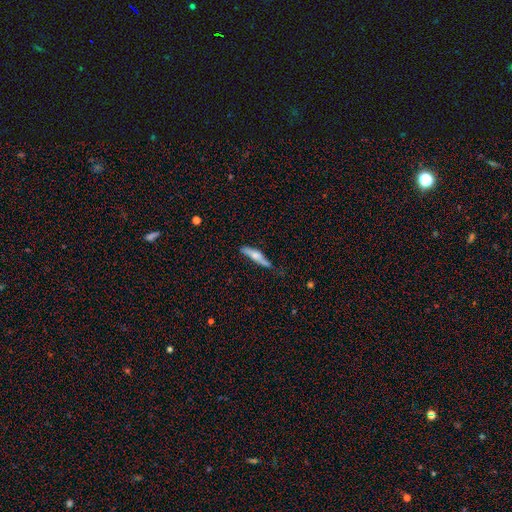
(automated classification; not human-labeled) Smooth or featured: smooth — 58% (featured or disk — 36%)
How rounded: cigar-shaped — 81% (in between — 17%)
Merging: none — 61% (minor disturbance — 29%)